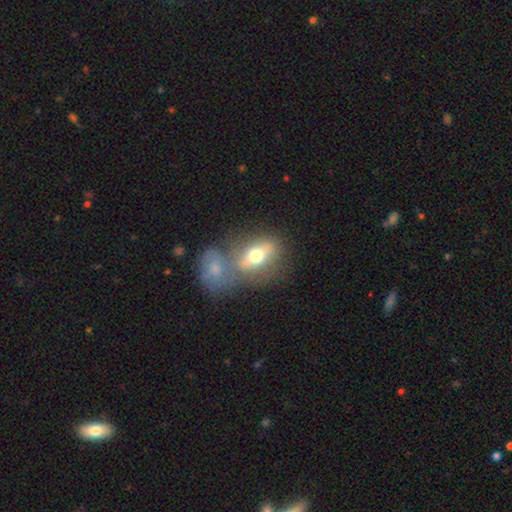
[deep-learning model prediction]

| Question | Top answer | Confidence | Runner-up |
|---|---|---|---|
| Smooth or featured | smooth | 54% | featured or disk (38%) |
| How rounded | in between | 72% | round (19%) |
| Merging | merger | 45% | none (38%) |